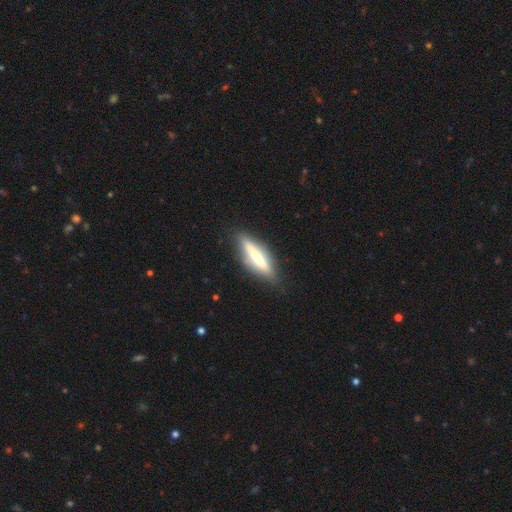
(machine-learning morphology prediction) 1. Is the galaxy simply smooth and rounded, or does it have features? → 48% featured or disk, 45% smooth, 7% star or artifact.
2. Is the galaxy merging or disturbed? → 80% none, 14% minor disturbance, 4% major disturbance, 2% merger.